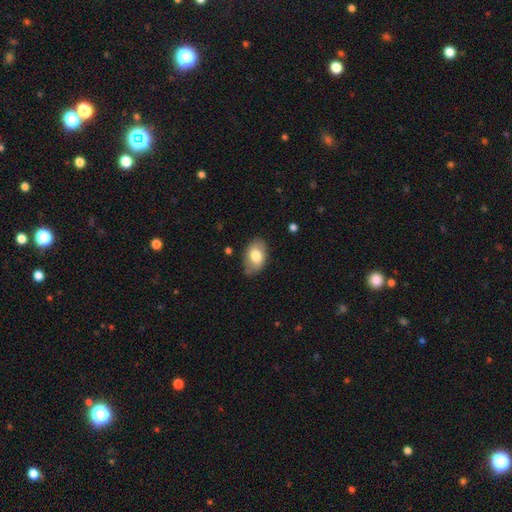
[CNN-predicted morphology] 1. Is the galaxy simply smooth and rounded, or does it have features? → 77% smooth, 17% featured or disk, 6% star or artifact.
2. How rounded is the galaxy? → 90% in between, 9% round, 1% cigar-shaped.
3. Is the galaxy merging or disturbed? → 78% none, 18% minor disturbance, 4% major disturbance, 1% merger.